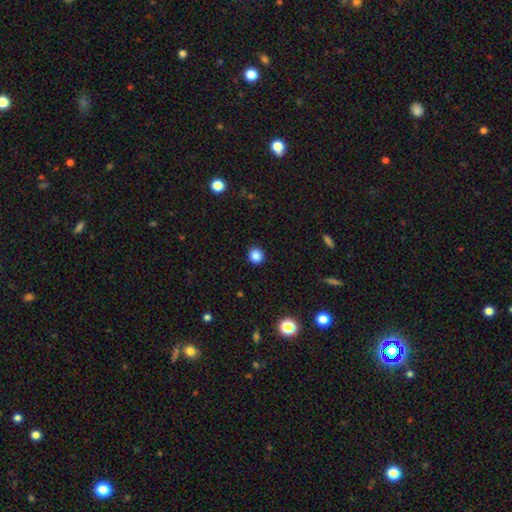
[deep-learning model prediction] Morphology: type=smooth (86%); roundness=round (91%); merging=none (92%).